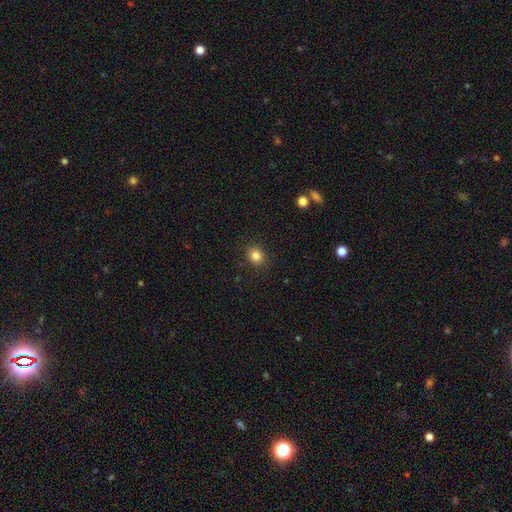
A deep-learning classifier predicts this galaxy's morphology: Overall: smooth (84%). How rounded: round (71%). Merging: none (89%).